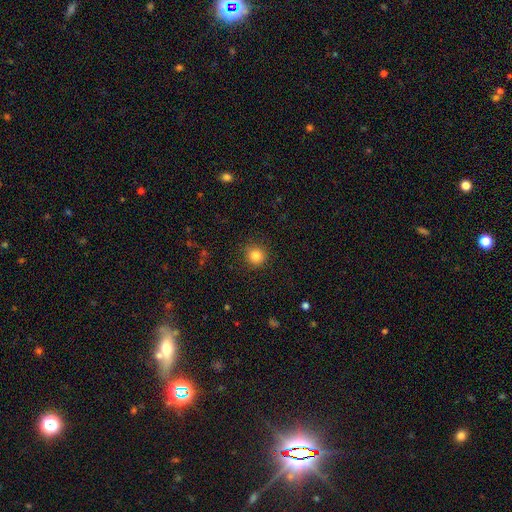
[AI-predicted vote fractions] Smooth or featured? smooth (84%)
How rounded? round (93%)
Merging? none (89%)